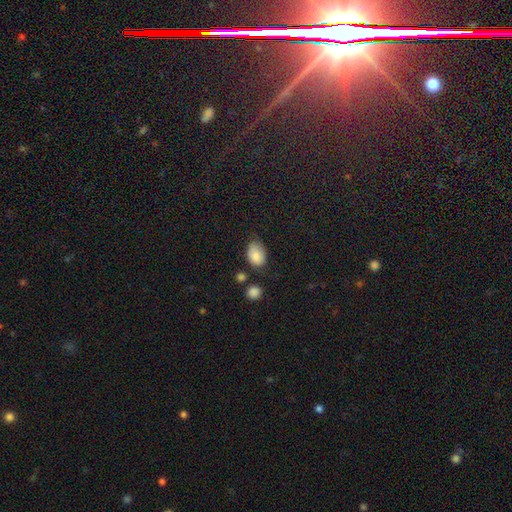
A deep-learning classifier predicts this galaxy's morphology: Overall: smooth (85%). How rounded: in between (83%). Merging: none (56%; minor disturbance 31%).